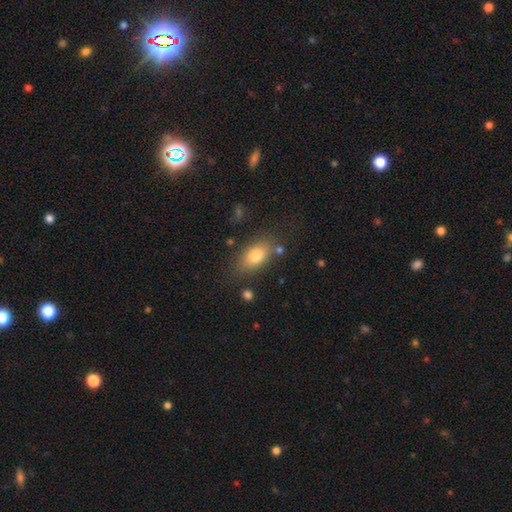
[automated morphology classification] The model was most divided on "merging": none: 77%, minor disturbance: 14%, major disturbance: 5%, merger: 4%. More confident: how rounded — in between (85%); smooth or featured — smooth (78%).